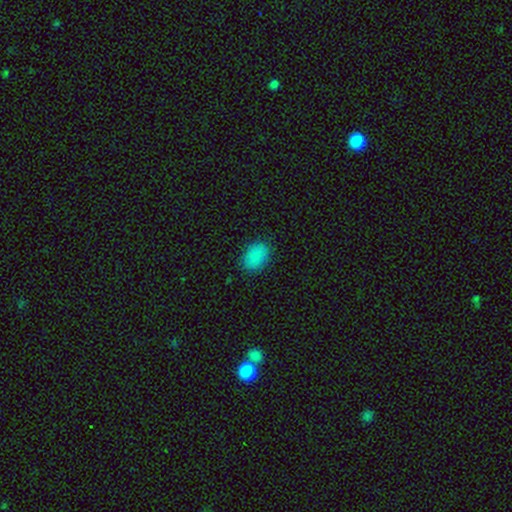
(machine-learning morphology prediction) A smooth galaxy with no disk features (86%) that is in between round and cigar-shaped (83%). Merging: none (83%).